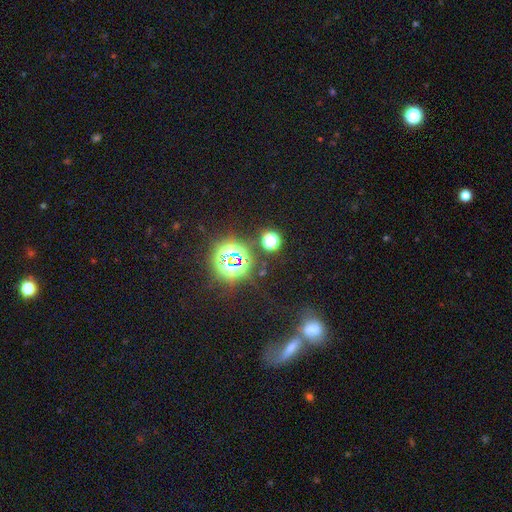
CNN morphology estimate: Q: Smooth or featured?
A: star or artifact (69%); runner-up: smooth (20%)